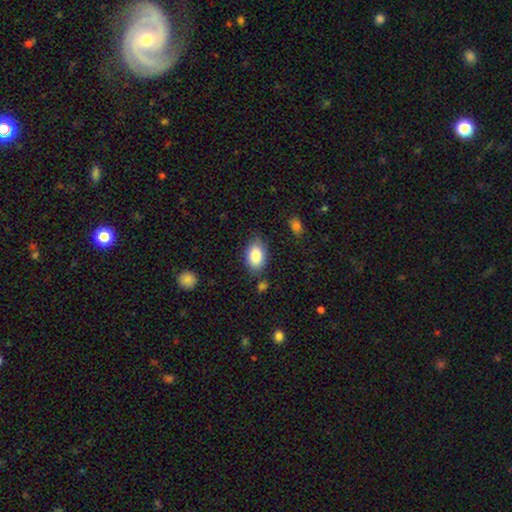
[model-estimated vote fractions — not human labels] smooth 88%, star or artifact 7%, featured or disk 6%. Down the decision tree: how rounded — in between (91%); merging — none (76%).